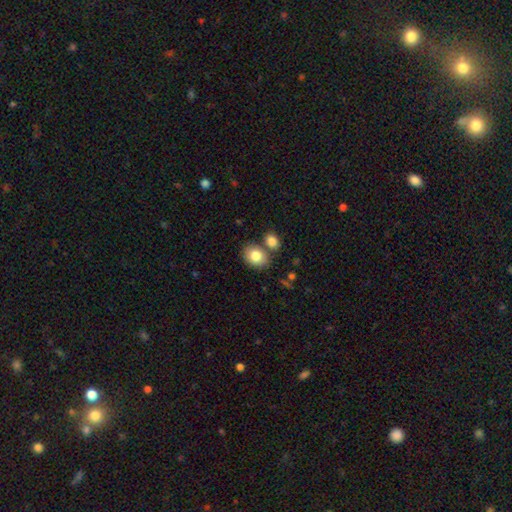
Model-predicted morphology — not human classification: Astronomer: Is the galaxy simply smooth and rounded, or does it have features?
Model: smooth — 82%.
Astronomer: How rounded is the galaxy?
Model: in between — 60% (runner-up: round, 39%).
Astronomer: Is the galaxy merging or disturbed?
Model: none — 65%.